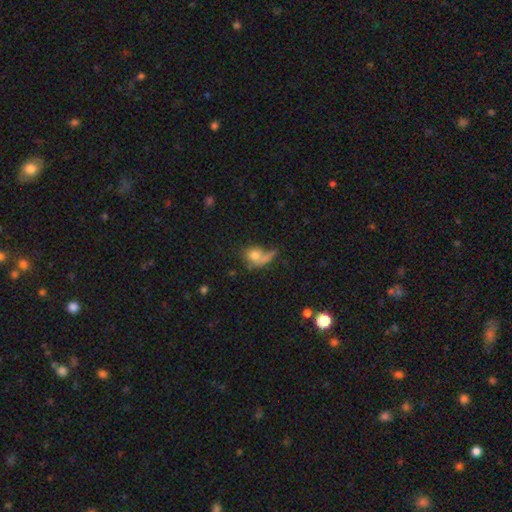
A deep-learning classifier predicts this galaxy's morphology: Smooth or featured? smooth (69%)
How rounded? round (59%)
Merging? none (38%)